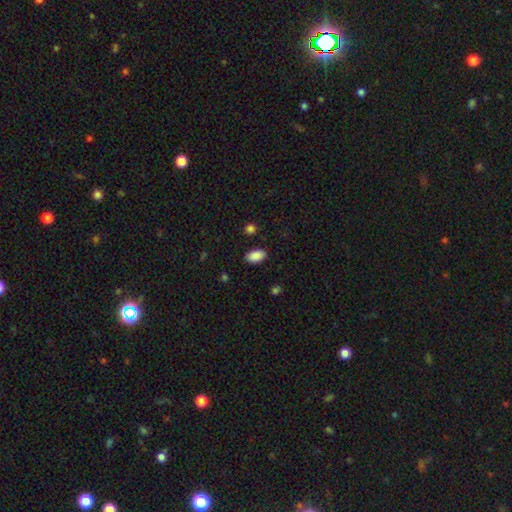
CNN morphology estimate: A smooth galaxy with no disk features (89%) that is in between round and cigar-shaped (94%).

Vote fractions:
- Smooth or featured? smooth: 89% / star or artifact: 7% / featured or disk: 3%
- How rounded? in between: 94% / round: 5% / cigar-shaped: 2%
- Merging? none: 88% / minor disturbance: 8% / major disturbance: 2% / merger: 1%